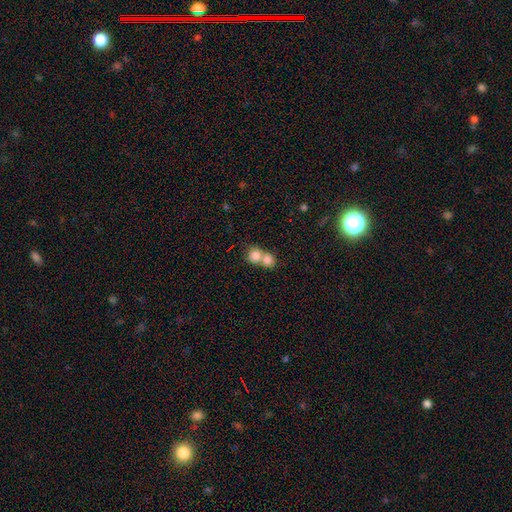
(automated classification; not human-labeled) A smooth galaxy with no disk features (81%) that is round (80%). Merging: merger (63%).